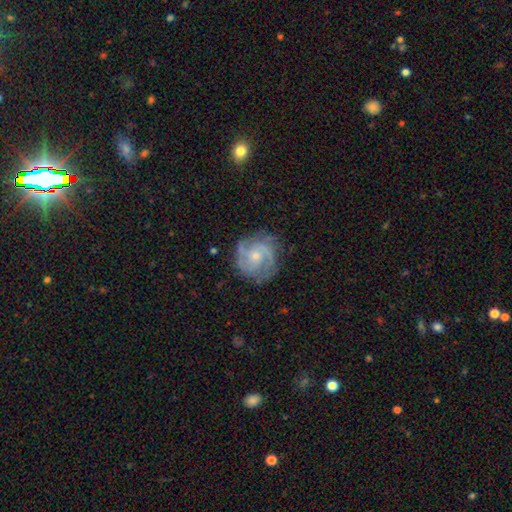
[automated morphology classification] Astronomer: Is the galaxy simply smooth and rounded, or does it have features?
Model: featured or disk — 85%.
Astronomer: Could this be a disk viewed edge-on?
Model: no — 98%.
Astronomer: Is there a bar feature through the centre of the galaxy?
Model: no — 70%.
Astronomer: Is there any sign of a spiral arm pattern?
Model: yes — 96%.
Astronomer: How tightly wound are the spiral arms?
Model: tight — 48% (runner-up: medium, 43%).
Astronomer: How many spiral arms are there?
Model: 2 — 41% (runner-up: 3, 30%).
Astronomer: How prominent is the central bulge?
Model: small — 62%.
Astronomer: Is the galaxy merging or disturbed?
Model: none — 76%.